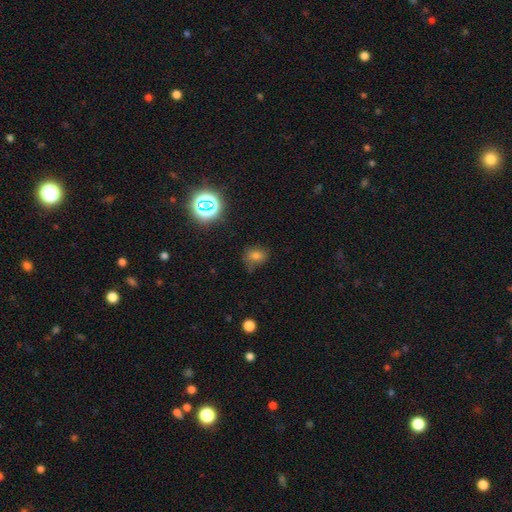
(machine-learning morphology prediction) A smooth galaxy with no disk features (70%) that is round (53%).

Vote fractions:
- Smooth or featured? smooth: 70% / star or artifact: 21% / featured or disk: 9%
- How rounded? round: 53% / in between: 45% / cigar-shaped: 1%
- Merging? none: 63% / minor disturbance: 26% / major disturbance: 8% / merger: 4%